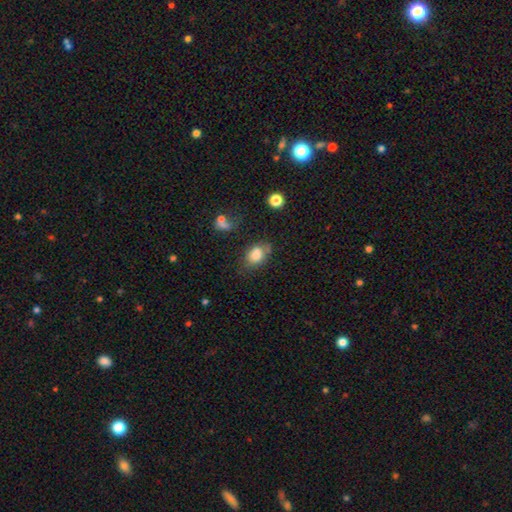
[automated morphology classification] type=smooth (78%); roundness=in between (77%); merging=none (55%).